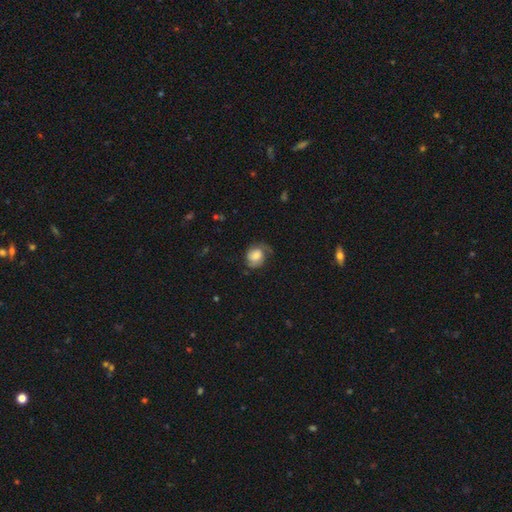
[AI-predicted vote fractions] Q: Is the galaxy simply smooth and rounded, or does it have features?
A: smooth — 47%.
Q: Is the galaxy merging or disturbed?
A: none — 56%.